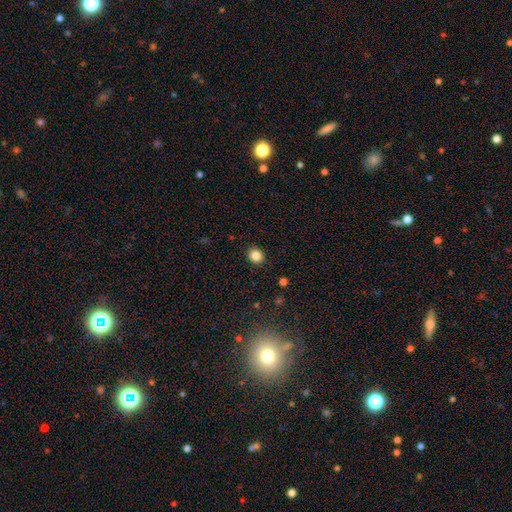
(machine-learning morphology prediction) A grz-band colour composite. It shows a smooth galaxy with no disk features (84%) that is round (79%). Merging: none (91%).